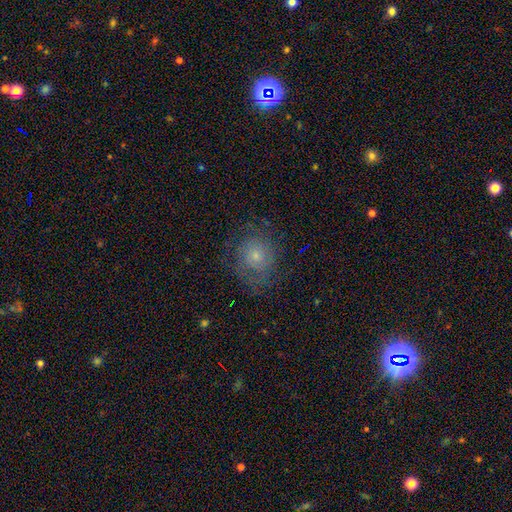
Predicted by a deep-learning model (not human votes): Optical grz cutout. It shows a featured or disk galaxy (43%). Merging: none (71%).